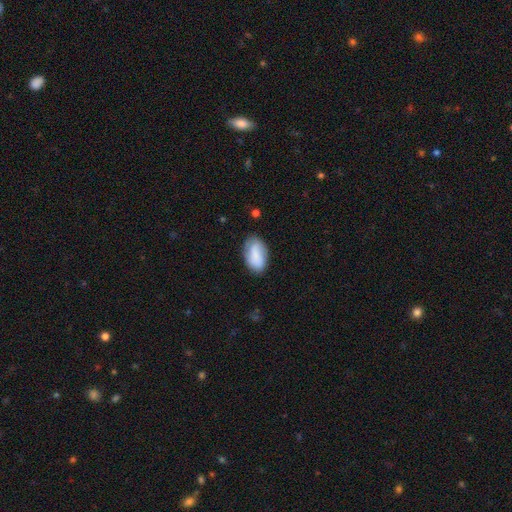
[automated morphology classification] smooth 80%, featured or disk 13%, star or artifact 7%. Down the decision tree: how rounded — in between (93%); merging — none (71%).